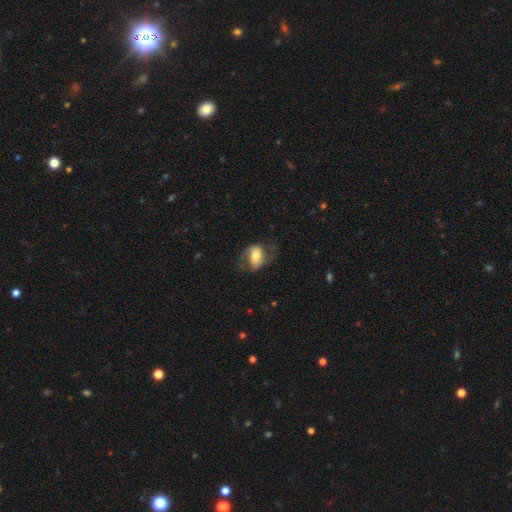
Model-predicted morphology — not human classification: Smooth or featured? Predicted: featured or disk (p=0.49). Merging? Predicted: none (p=0.57).